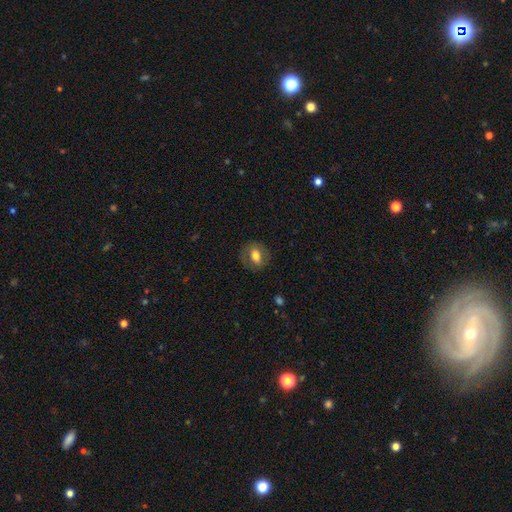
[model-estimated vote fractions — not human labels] Overall: smooth (65%; featured or disk 27%). How rounded: in between (49%, tied with round). Merging: none (81%).